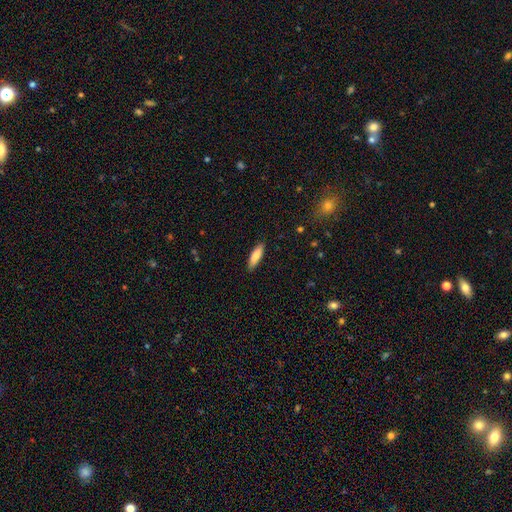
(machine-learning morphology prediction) smooth_or_featured: smooth (p=0.82) [alt: featured or disk p=0.12]
how_rounded: cigar-shaped (p=0.61) [alt: in between p=0.38]
merging: none (p=0.89) [alt: minor disturbance p=0.08]